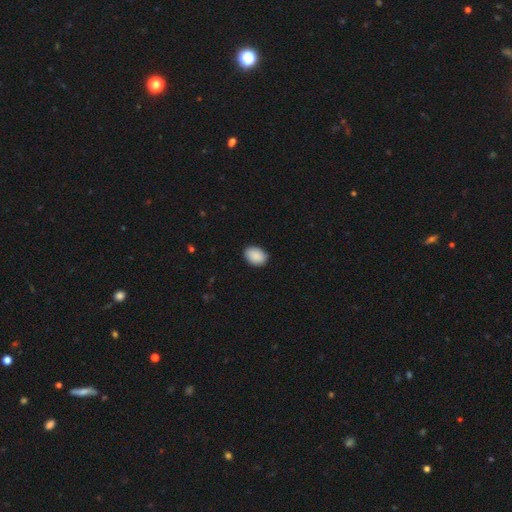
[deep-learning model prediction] Smooth or featured: smooth — 91% (star or artifact — 6%)
How rounded: in between — 77% (round — 22%)
Merging: none — 87% (minor disturbance — 10%)